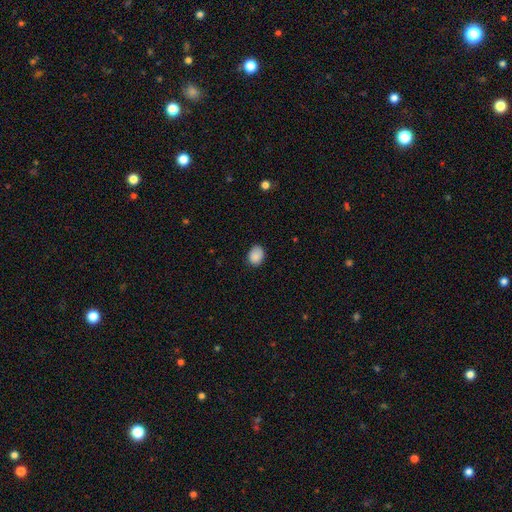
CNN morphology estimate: Q: Smooth or featured?
A: smooth (88%); runner-up: star or artifact (8%)
Q: How rounded?
A: in between (53%); runner-up: round (46%)
Q: Merging?
A: none (79%); runner-up: minor disturbance (17%)